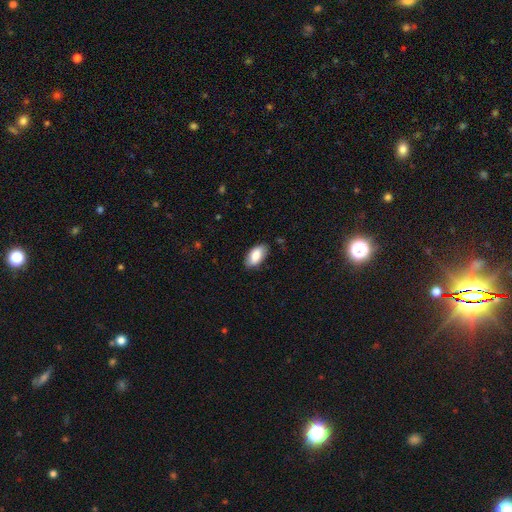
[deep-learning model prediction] smooth 82%, featured or disk 12%, star or artifact 6%. Down the decision tree: how rounded — in between (94%); merging — none (82%).